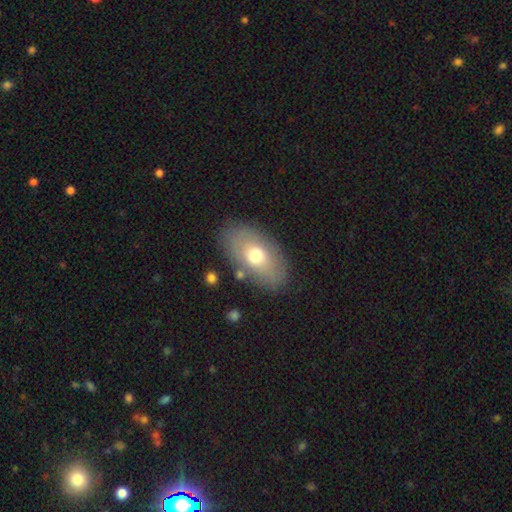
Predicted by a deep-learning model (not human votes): This appears to be a smooth galaxy with no disk features (65%) that is in between round and cigar-shaped (92%). Merging: none (81%).